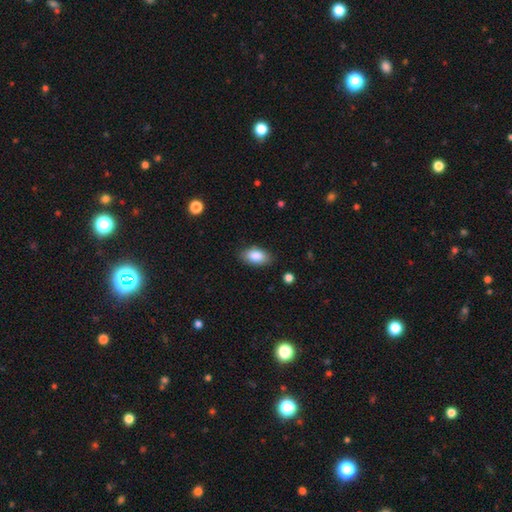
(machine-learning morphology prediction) Smooth or featured?
  - smooth: 87% *
  - star or artifact: 7%
  - featured or disk: 6%
How rounded?
  - in between: 93% *
  - round: 4%
  - cigar-shaped: 3%
Merging?
  - none: 84% *
  - minor disturbance: 12%
  - major disturbance: 3%
  - merger: 1%